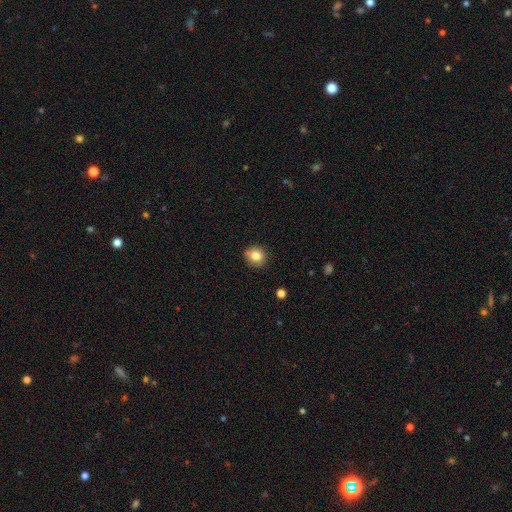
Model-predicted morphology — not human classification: smooth 82%, star or artifact 10%, featured or disk 8%. Down the decision tree: how rounded — round (88%); merging — none (83%).